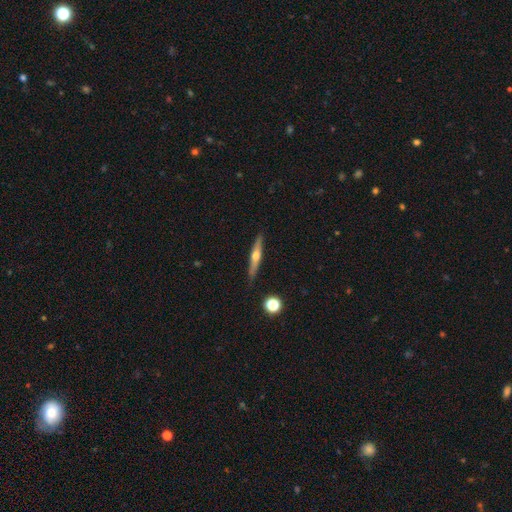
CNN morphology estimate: A featured or disk galaxy (63%) viewed edge-on (97%) with a rounded central bulge (91%).

Vote fractions:
- Smooth or featured? featured or disk: 63% / smooth: 31% / star or artifact: 6%
- Edge-on disk? yes: 97% / no: 3%
- Edge-on bulge? rounded: 91% / none: 6% / boxy: 3%
- Merging? none: 87% / minor disturbance: 9% / major disturbance: 2% / merger: 2%